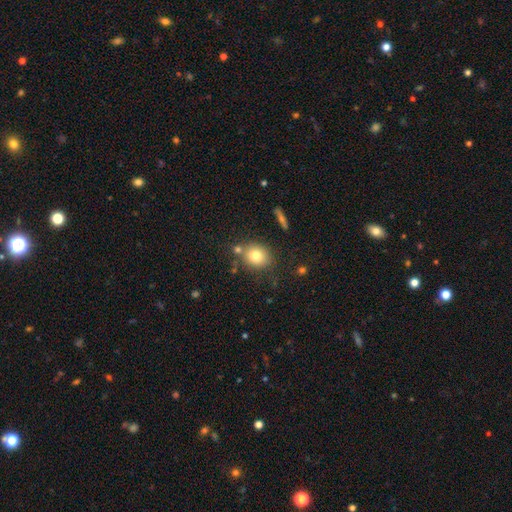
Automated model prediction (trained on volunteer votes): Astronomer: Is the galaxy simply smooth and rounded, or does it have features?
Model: smooth — 78%.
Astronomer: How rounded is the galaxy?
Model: round — 72%.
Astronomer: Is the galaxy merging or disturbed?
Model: none — 72%.